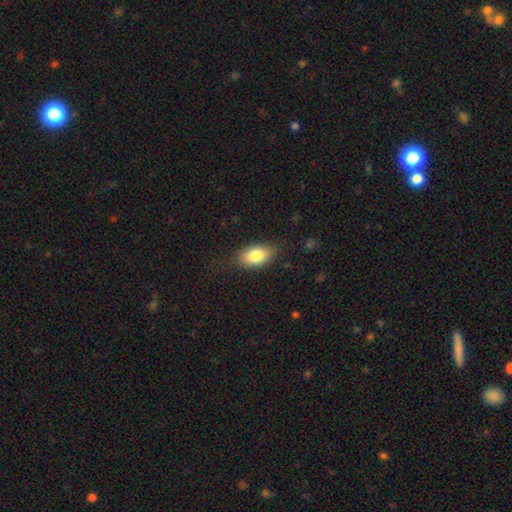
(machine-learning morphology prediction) Q: Smooth or featured?
A: smooth (83%); runner-up: featured or disk (10%)
Q: How rounded?
A: in between (90%); runner-up: round (7%)
Q: Merging?
A: none (78%); runner-up: minor disturbance (16%)